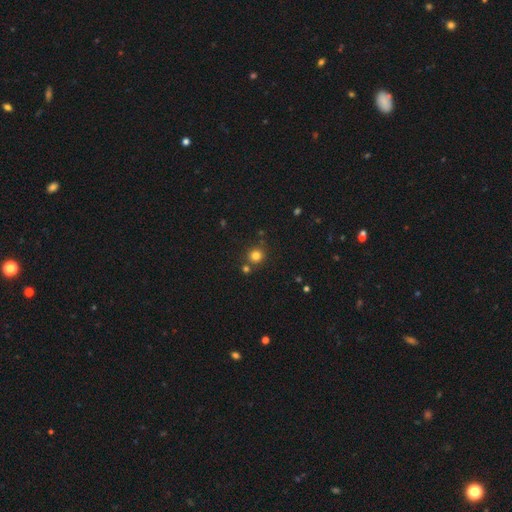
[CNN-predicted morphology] Smooth or featured? smooth (80%)
How rounded? round (91%)
Merging? none (77%)